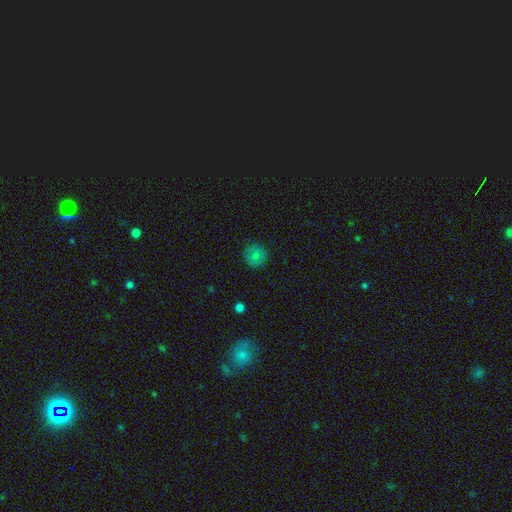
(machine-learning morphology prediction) Overall: smooth (77%). How rounded: round (91%). Merging: none (85%).